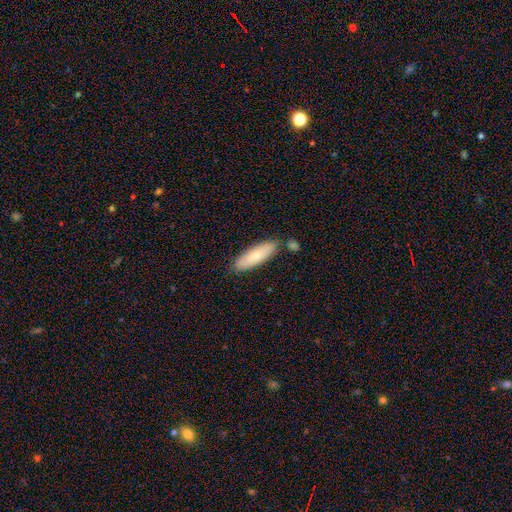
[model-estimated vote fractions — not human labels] Smooth or featured: smooth — 74% (featured or disk — 19%)
How rounded: cigar-shaped — 58% (in between — 41%)
Merging: none — 80% (minor disturbance — 11%)